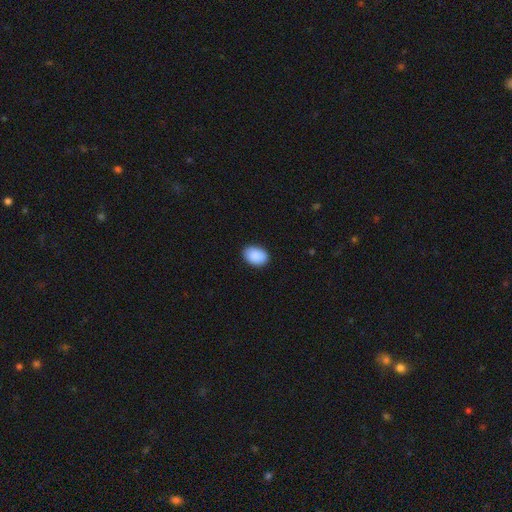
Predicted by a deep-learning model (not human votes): This appears to be a smooth galaxy with no disk features (91%) that is in between round and cigar-shaped (85%). Merging: none (88%).